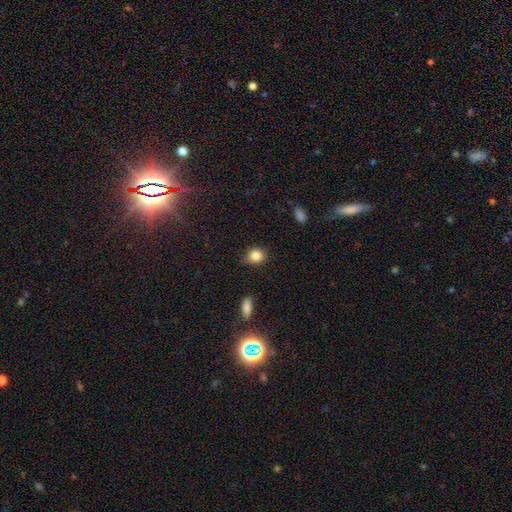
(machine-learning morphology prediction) smooth 84%, star or artifact 10%, featured or disk 6%. Down the decision tree: how rounded — round (62%); merging — none (68%).